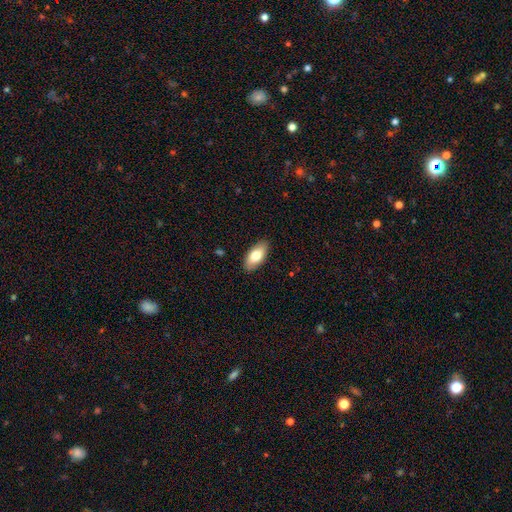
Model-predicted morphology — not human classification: smooth_or_featured: smooth (p=0.78) [alt: featured or disk p=0.16]
how_rounded: in between (p=0.91) [alt: cigar-shaped p=0.07]
merging: none (p=0.88) [alt: minor disturbance p=0.09]